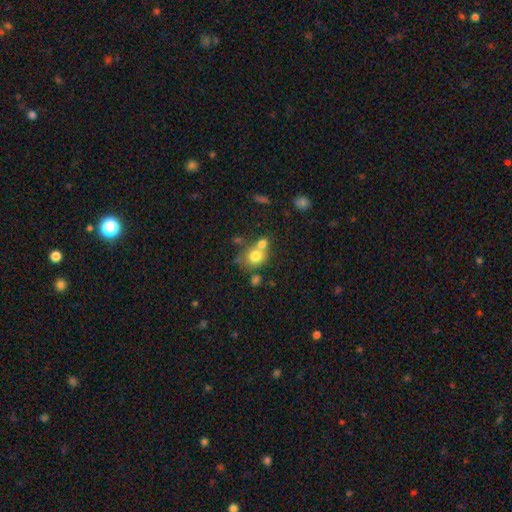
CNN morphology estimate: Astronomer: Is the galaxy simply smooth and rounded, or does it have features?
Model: smooth — 74%.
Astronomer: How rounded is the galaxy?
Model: round — 68%.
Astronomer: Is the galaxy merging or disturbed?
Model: merger — 44% (runner-up: none, 40%).